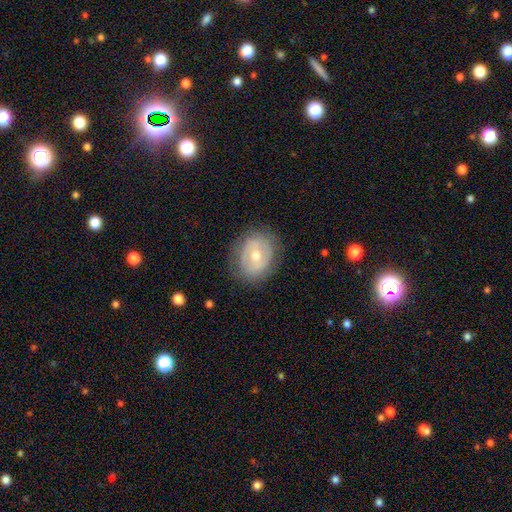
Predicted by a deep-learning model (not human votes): Q: Smooth or featured?
A: featured or disk (59%); runner-up: smooth (34%)
Q: Edge-on disk?
A: no (95%); runner-up: yes (5%)
Q: Bar?
A: no (45%); runner-up: weak (37%)
Q: Spiral arms?
A: no (61%); runner-up: yes (39%)
Q: Bulge size?
A: moderate (64%); runner-up: small (31%)
Q: Merging?
A: none (79%); runner-up: minor disturbance (14%)